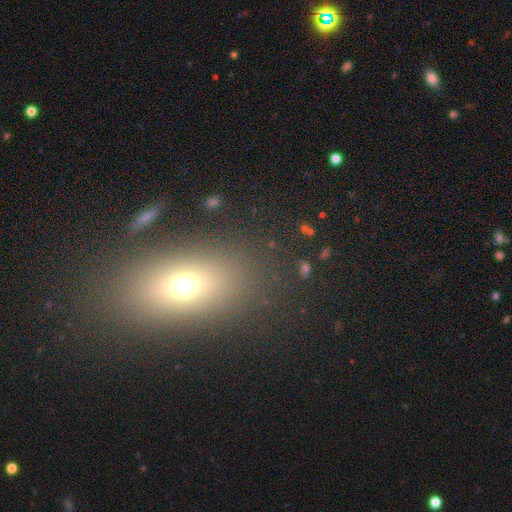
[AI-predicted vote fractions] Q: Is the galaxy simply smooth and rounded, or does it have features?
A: smooth — 62%.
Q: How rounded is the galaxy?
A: in between — 71%.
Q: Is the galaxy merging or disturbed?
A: none — 84%.